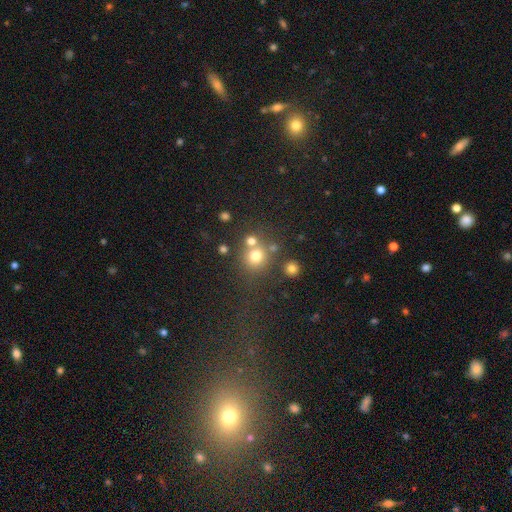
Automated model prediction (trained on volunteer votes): Morphology: type=smooth (72%); roundness=round (87%); merging=none (62%).